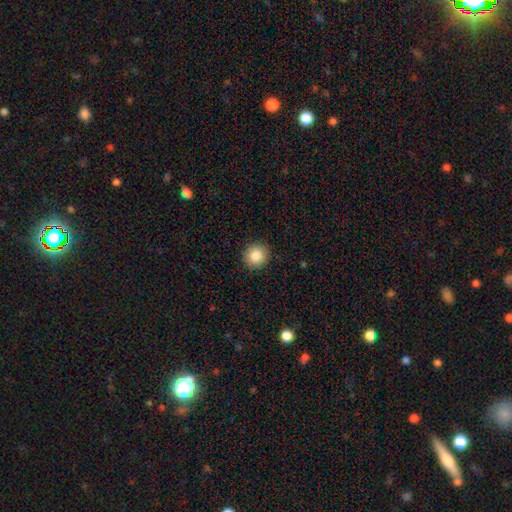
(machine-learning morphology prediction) A smooth galaxy with no disk features (85%) that is round (92%). Merging: none (92%).